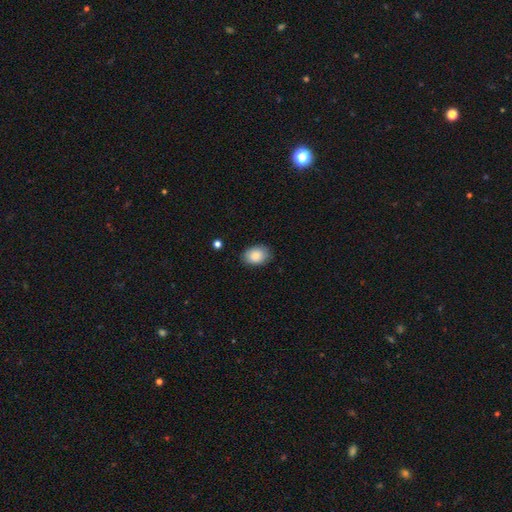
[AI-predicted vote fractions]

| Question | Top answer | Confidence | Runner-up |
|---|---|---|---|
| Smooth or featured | smooth | 87% | star or artifact (7%) |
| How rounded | in between | 76% | round (23%) |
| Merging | none | 80% | minor disturbance (16%) |